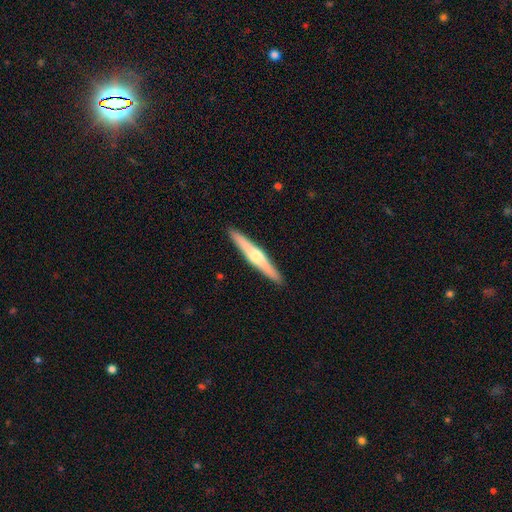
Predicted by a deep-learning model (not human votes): Smooth or featured? Predicted: featured or disk (p=0.63). Edge-on disk? Predicted: yes (p=0.97). Edge-on bulge? Predicted: rounded (p=0.87). Merging? Predicted: none (p=0.92).